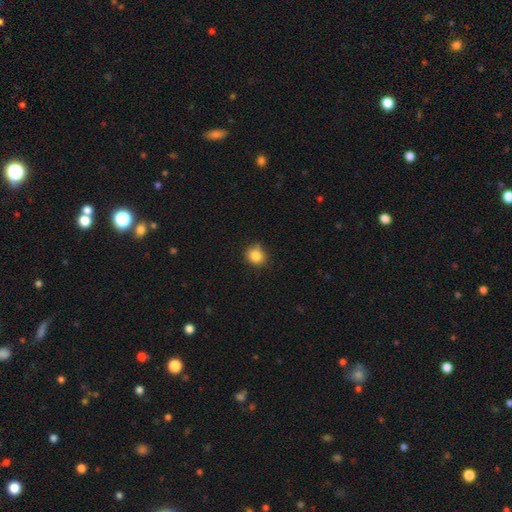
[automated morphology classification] A smooth galaxy with no disk features (85%) that is round (82%).

Vote fractions:
- Smooth or featured? smooth: 85% / star or artifact: 10% / featured or disk: 5%
- How rounded? round: 82% / in between: 17% / cigar-shaped: 1%
- Merging? none: 80% / minor disturbance: 15% / major disturbance: 3% / merger: 2%